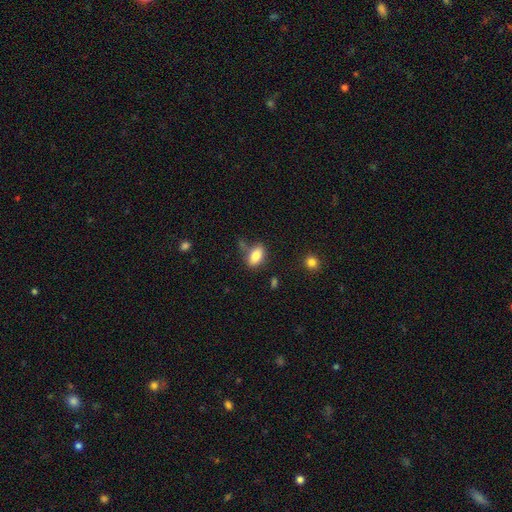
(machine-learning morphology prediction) smooth 83%, featured or disk 9%, star or artifact 8%. Down the decision tree: how rounded — in between (89%); merging — none (68%).